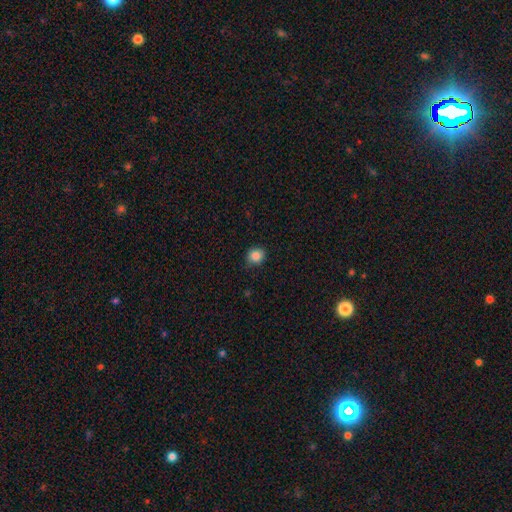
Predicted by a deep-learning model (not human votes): A smooth galaxy with no disk features (86%) that is round (80%). Merging: none (82%).